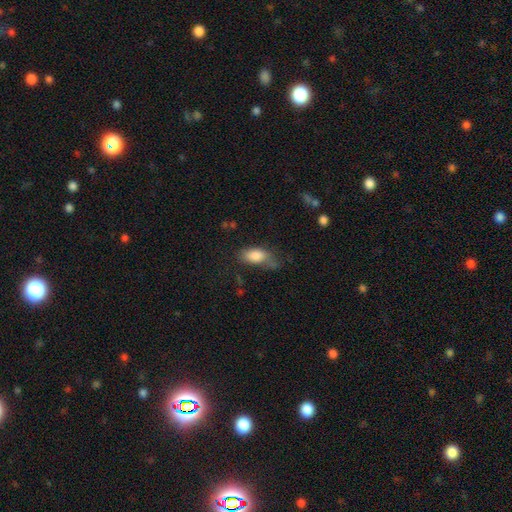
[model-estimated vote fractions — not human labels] Smooth or featured?
  - smooth: 83% *
  - featured or disk: 9%
  - star or artifact: 7%
How rounded?
  - in between: 90% *
  - round: 5%
  - cigar-shaped: 5%
Merging?
  - none: 42% *
  - minor disturbance: 34%
  - major disturbance: 19%
  - merger: 5%